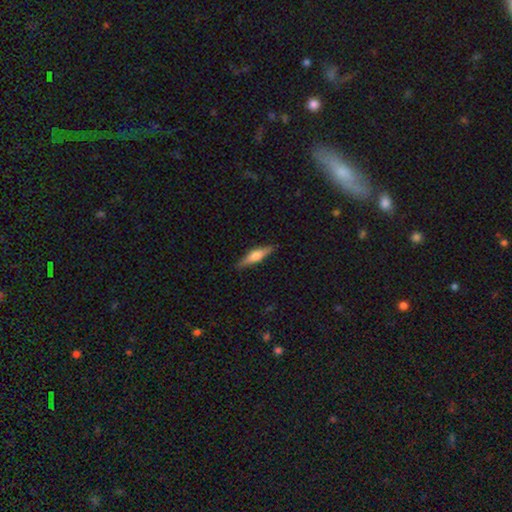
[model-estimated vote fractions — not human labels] Smooth or featured? featured or disk (52%)
Edge-on disk? yes (95%)
Merging? none (88%)